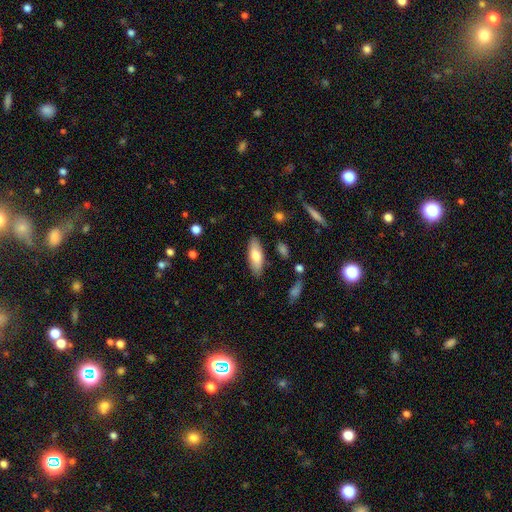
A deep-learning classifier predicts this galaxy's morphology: The model was most divided on "how rounded": in between: 70%, cigar-shaped: 28%, round: 2%. More confident: merging — none (85%); smooth or featured — smooth (73%).